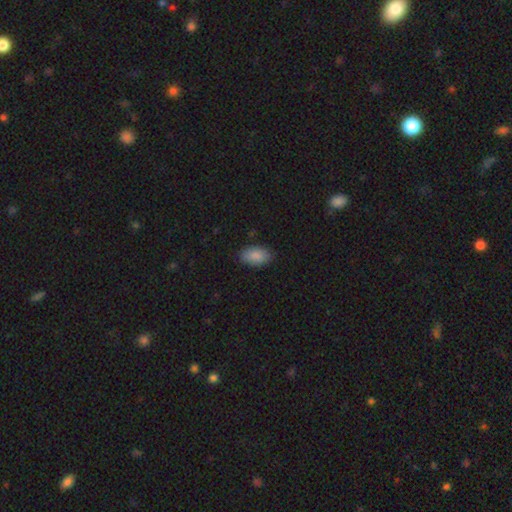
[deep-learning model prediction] Morphology: type=smooth (88%); roundness=in between (94%); merging=none (84%).